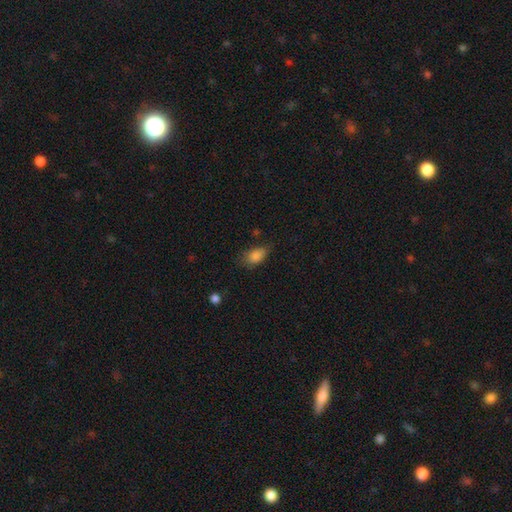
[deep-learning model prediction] Overall: smooth (85%). How rounded: in between (89%). Merging: none (64%; minor disturbance 27%).